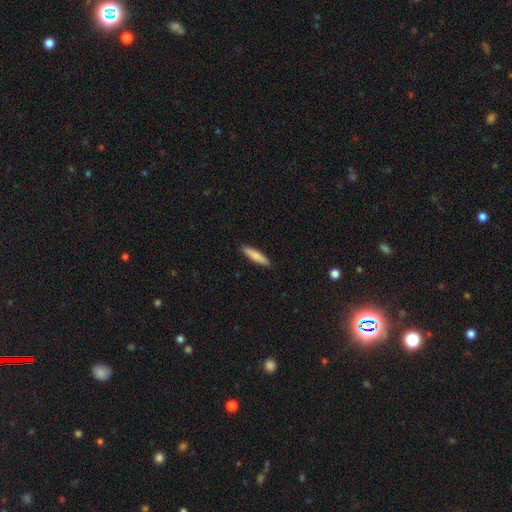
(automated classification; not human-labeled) Smooth or featured?
  - smooth: 80% *
  - featured or disk: 14%
  - star or artifact: 5%
How rounded?
  - cigar-shaped: 84% *
  - in between: 15%
  - round: 1%
Merging?
  - none: 90% *
  - minor disturbance: 7%
  - major disturbance: 1%
  - merger: 1%